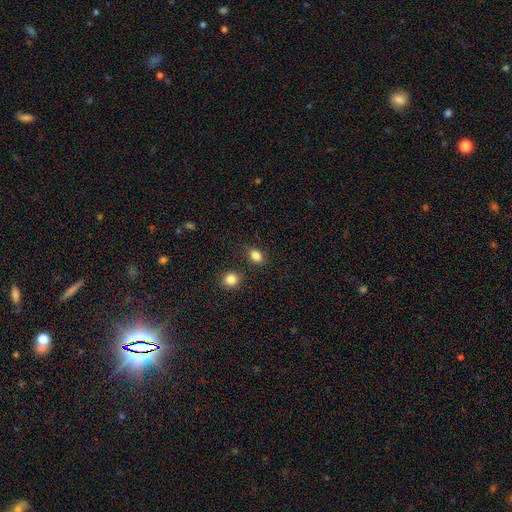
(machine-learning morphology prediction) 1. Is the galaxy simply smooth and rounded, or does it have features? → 84% smooth, 11% star or artifact, 5% featured or disk.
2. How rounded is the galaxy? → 68% in between, 31% round, 2% cigar-shaped.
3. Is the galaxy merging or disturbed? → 78% none, 12% minor disturbance, 6% merger, 3% major disturbance.